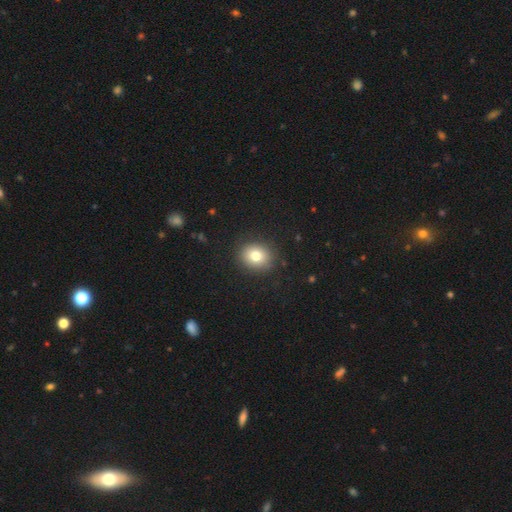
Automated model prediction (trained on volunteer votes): This appears to be a smooth galaxy with no disk features (80%) that is round (64%). Merging: none (88%).